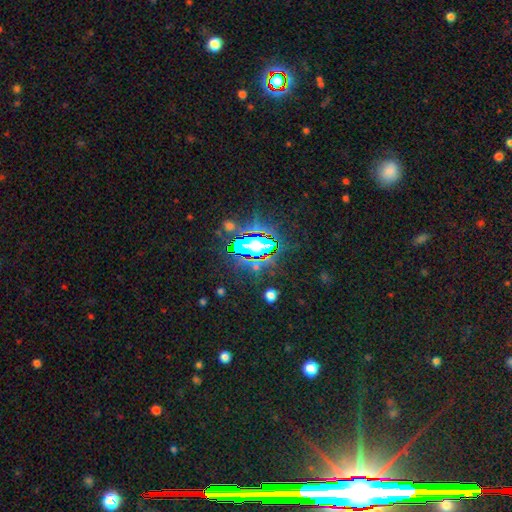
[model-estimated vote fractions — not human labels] The model was most divided on "smooth or featured": star or artifact: 70%, smooth: 17%, featured or disk: 13%.